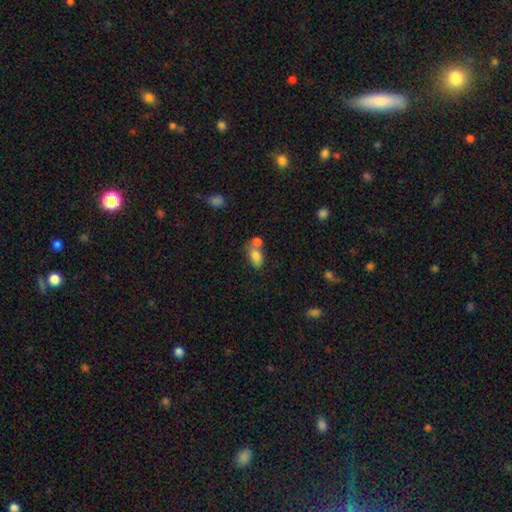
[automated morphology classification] Q: Smooth or featured?
A: smooth (80%); runner-up: featured or disk (11%)
Q: How rounded?
A: in between (85%); runner-up: round (12%)
Q: Merging?
A: merger (46%); runner-up: none (34%)